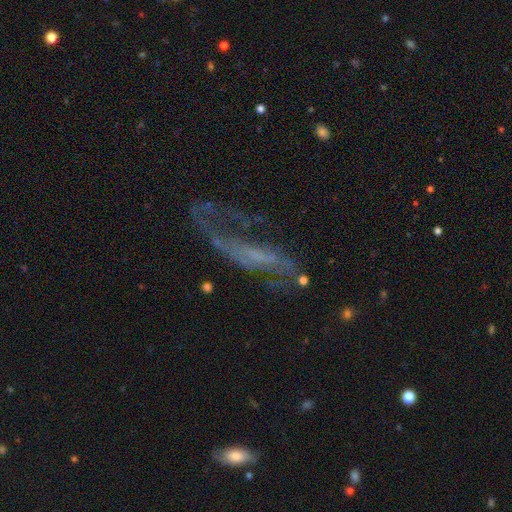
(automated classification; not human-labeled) A featured or disk galaxy (70%) with no bar (48%), spiral arms (70%) and no central bulge (51%). Merging: none (39%, tied with major disturbance).